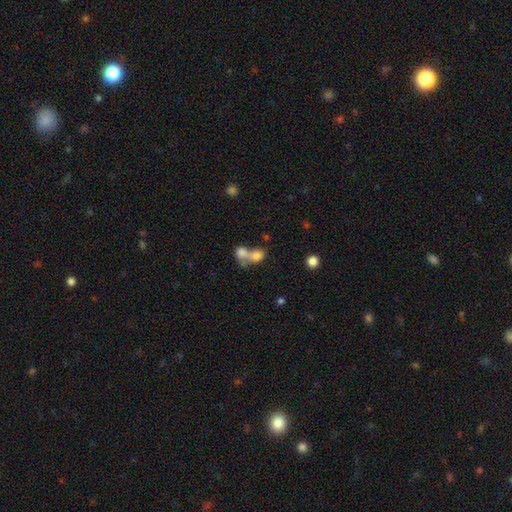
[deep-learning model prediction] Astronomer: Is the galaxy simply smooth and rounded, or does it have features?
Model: smooth — 75%.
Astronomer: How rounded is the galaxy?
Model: in between — 50% (runner-up: round, 49%).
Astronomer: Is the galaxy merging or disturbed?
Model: merger — 69%.